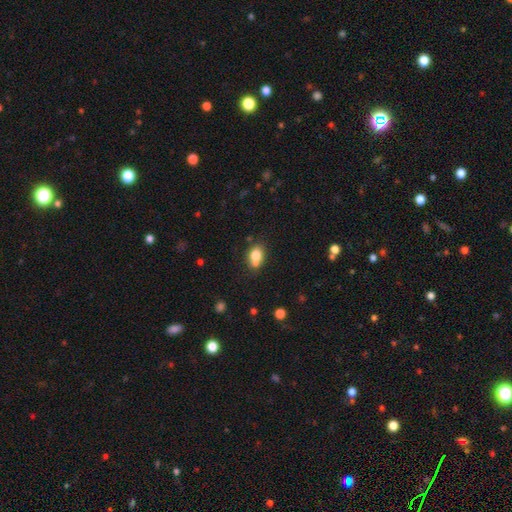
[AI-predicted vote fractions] Q: Smooth or featured?
A: smooth (78%); runner-up: featured or disk (12%)
Q: How rounded?
A: in between (69%); runner-up: round (30%)
Q: Merging?
A: none (55%); runner-up: merger (22%)